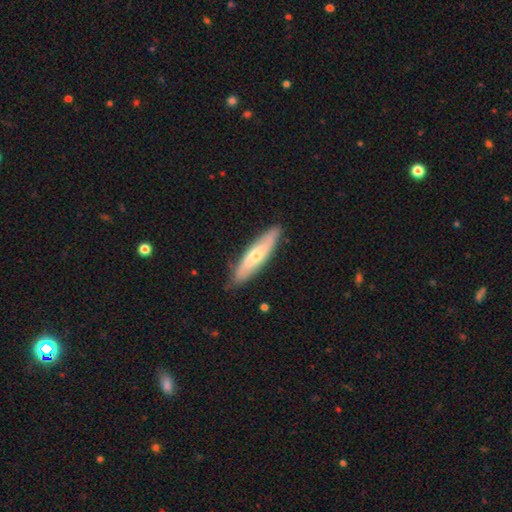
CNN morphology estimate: A featured or disk galaxy (48%). Merging: none (84%).